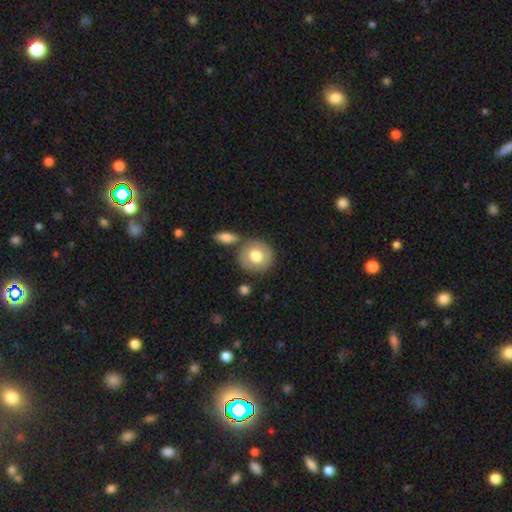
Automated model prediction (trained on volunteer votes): smooth_or_featured: smooth (p=0.68) [alt: featured or disk p=0.25]
how_rounded: round (p=0.89) [alt: in between p=0.10]
merging: none (p=0.73) [alt: minor disturbance p=0.12]